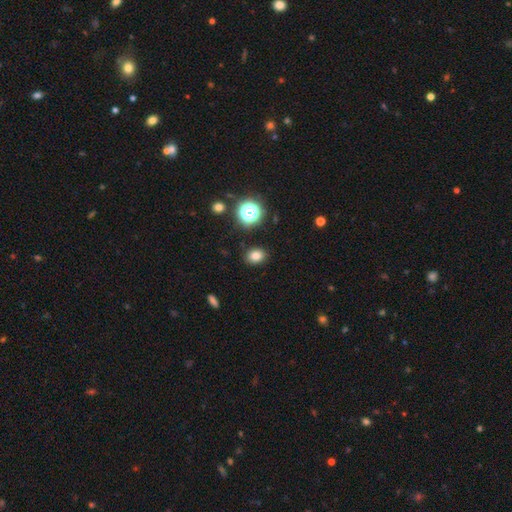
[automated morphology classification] smooth 80%, star or artifact 15%, featured or disk 6%. Down the decision tree: how rounded — in between (55%); merging — none (87%).